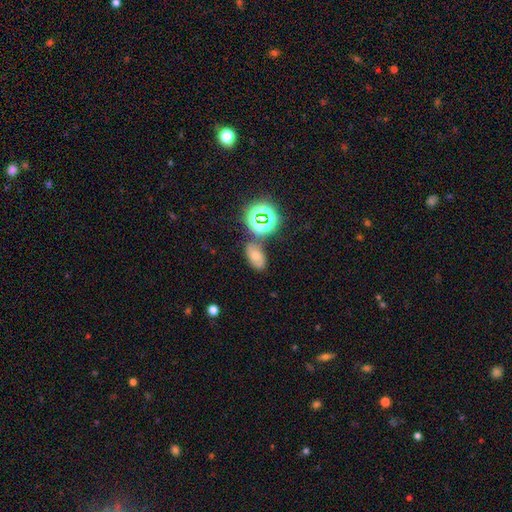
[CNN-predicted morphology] Smooth or featured? Predicted: smooth (p=0.52). How rounded? Predicted: in between (p=0.85). Merging? Predicted: none (p=0.66).